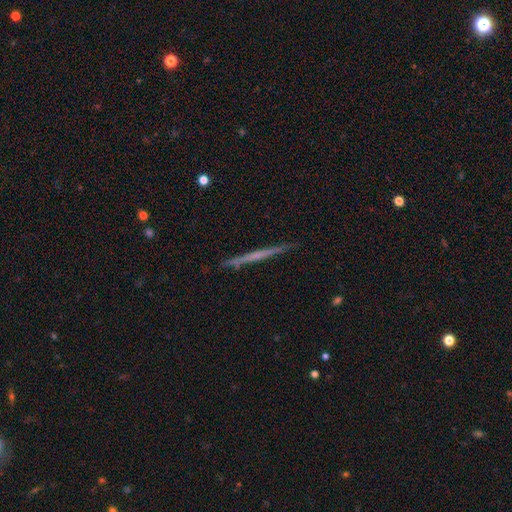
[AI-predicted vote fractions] Smooth or featured? Predicted: featured or disk (p=0.60). Edge-on disk? Predicted: yes (p=0.98). Edge-on bulge? Predicted: none (p=0.83). Merging? Predicted: none (p=0.90).